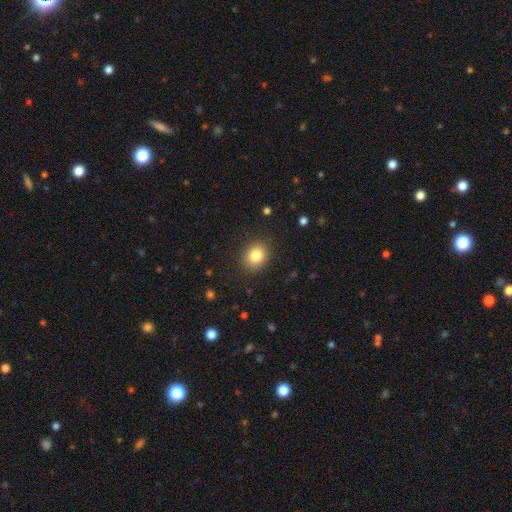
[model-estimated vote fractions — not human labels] Smooth or featured? Predicted: smooth (p=0.83). How rounded? Predicted: round (p=0.64). Merging? Predicted: none (p=0.88).